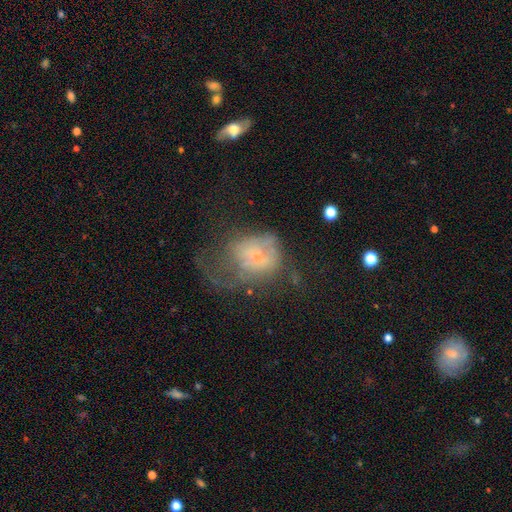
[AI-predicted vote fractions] Smooth or featured? featured or disk (46%)
Merging? major disturbance (55%)